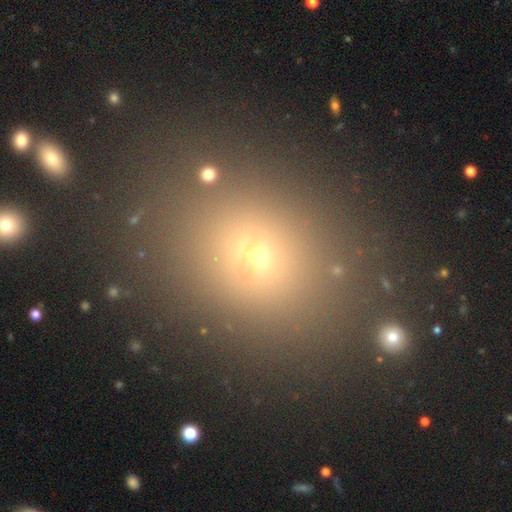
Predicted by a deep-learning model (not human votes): This appears to be a smooth galaxy with no disk features (61%) that is in between round and cigar-shaped (50%). Merging: none (78%).